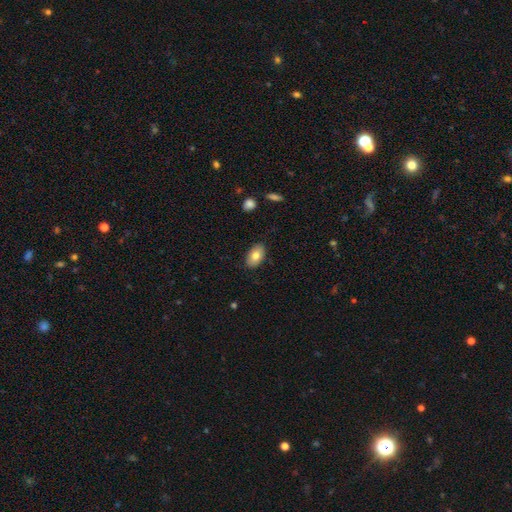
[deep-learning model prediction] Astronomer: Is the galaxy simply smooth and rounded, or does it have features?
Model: smooth — 77%.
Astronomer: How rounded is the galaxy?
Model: in between — 92%.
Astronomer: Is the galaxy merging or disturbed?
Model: none — 86%.